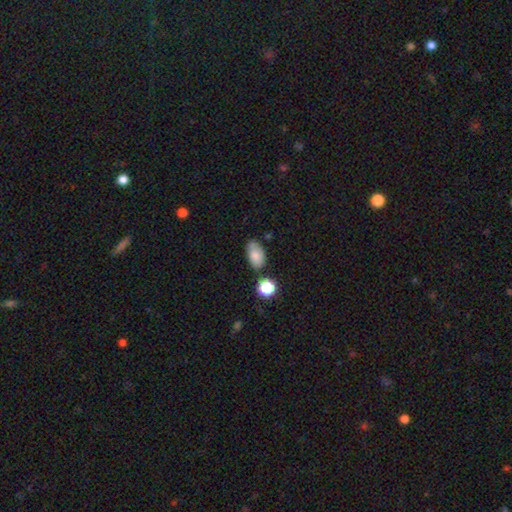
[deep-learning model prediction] Smooth or featured? Predicted: smooth (p=0.77). How rounded? Predicted: in between (p=0.91). Merging? Predicted: none (p=0.65).